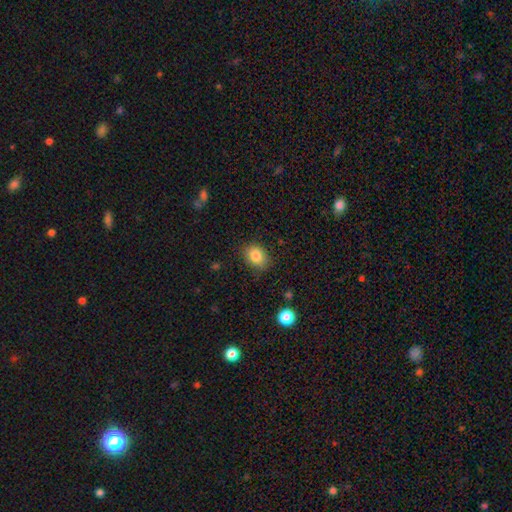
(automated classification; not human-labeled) Smooth or featured? smooth (85%)
How rounded? in between (55%)
Merging? none (82%)